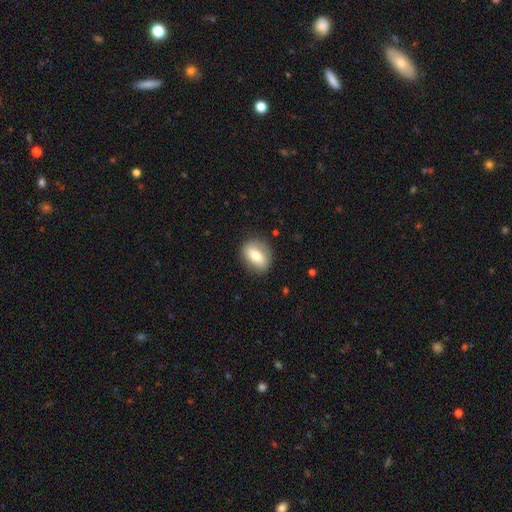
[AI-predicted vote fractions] Overall: smooth (66%; featured or disk 27%). How rounded: in between (63%; round 34%). Merging: none (81%).